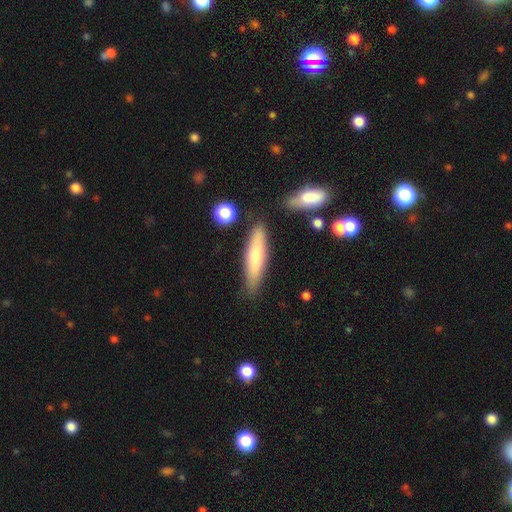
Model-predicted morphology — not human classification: type=smooth (62%); roundness=cigar-shaped (73%); merging=none (83%).